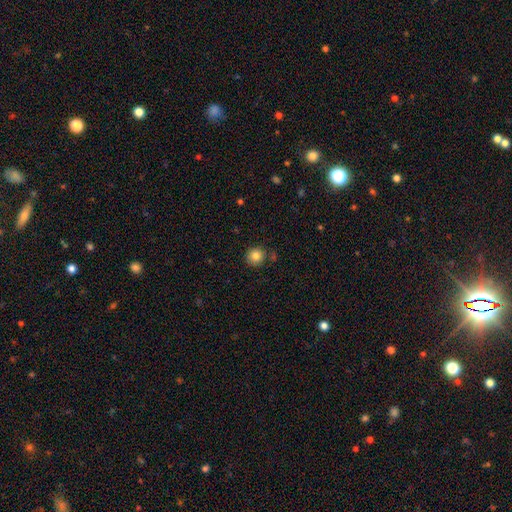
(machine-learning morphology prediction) Smooth or featured?
  - smooth: 83% *
  - star or artifact: 10%
  - featured or disk: 6%
How rounded?
  - round: 92% *
  - in between: 7%
  - cigar-shaped: 1%
Merging?
  - none: 84% *
  - minor disturbance: 9%
  - merger: 5%
  - major disturbance: 2%